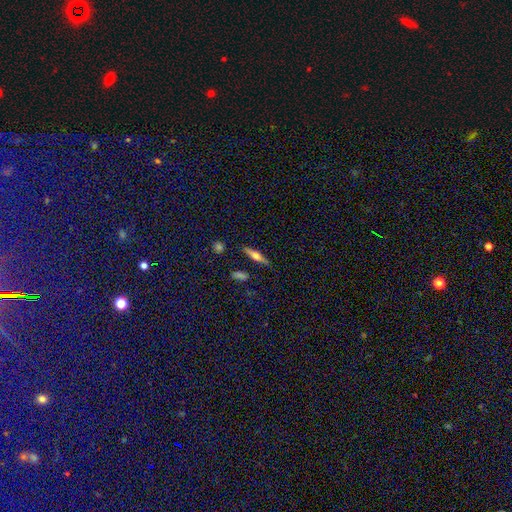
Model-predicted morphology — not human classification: This appears to be a featured or disk galaxy (56%) viewed edge-on (95%) with a rounded central bulge (90%). Merging: none (84%).